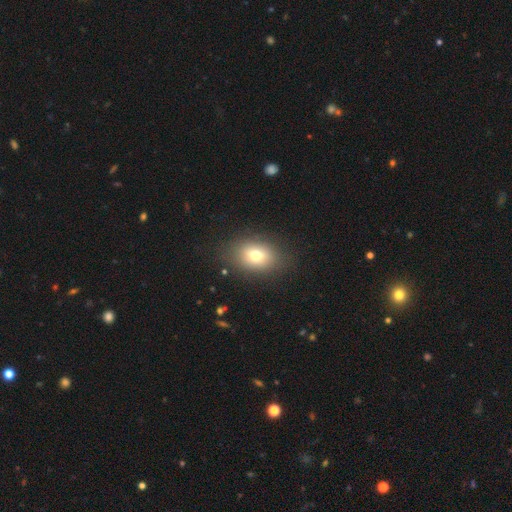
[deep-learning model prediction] Morphology: type=smooth (72%); roundness=in between (73%); merging=none (82%).